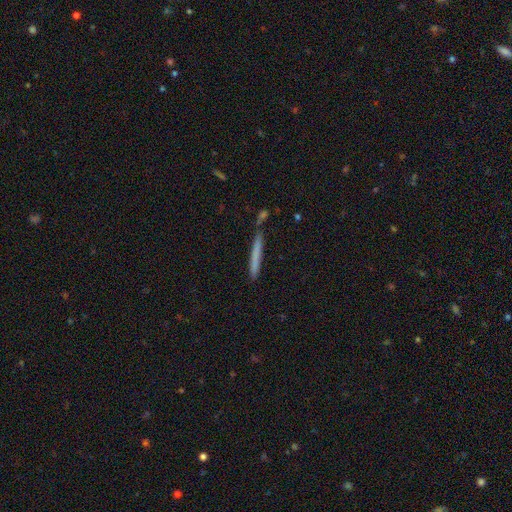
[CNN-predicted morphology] This appears to be a smooth galaxy with no disk features (66%) that is cigar-shaped (97%). Merging: none (78%).